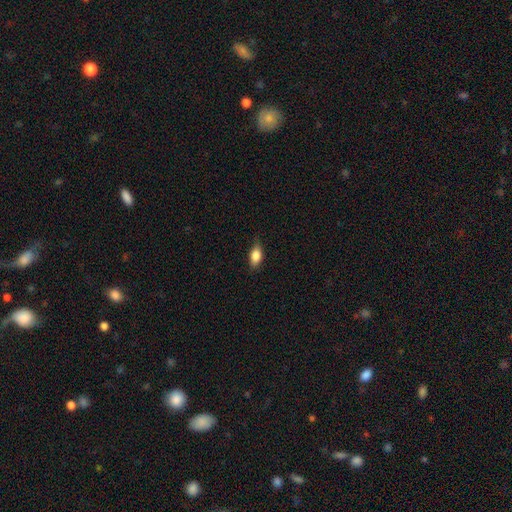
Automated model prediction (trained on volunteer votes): A smooth galaxy with no disk features (82%) that is in between round and cigar-shaped (85%). Merging: none (75%).